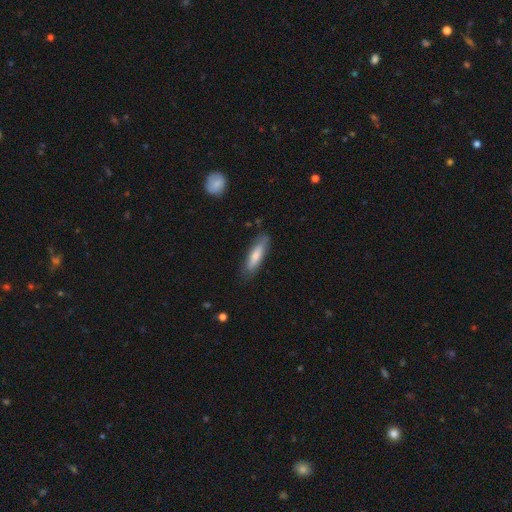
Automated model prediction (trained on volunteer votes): Smooth or featured: smooth — 73% (featured or disk — 22%)
How rounded: cigar-shaped — 68% (in between — 30%)
Merging: none — 79% (minor disturbance — 16%)